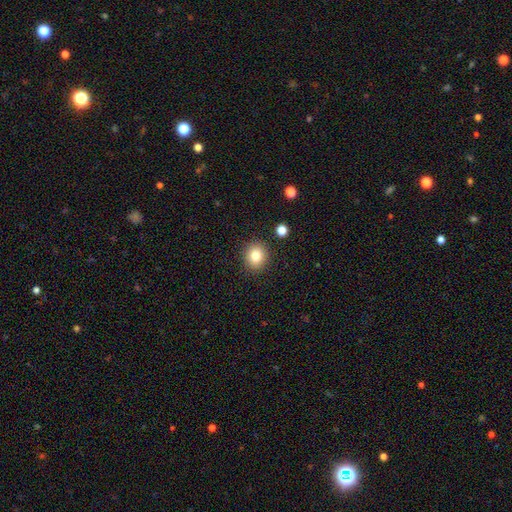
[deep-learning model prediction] Morphology: type=smooth (82%); roundness=round (78%); merging=none (90%).